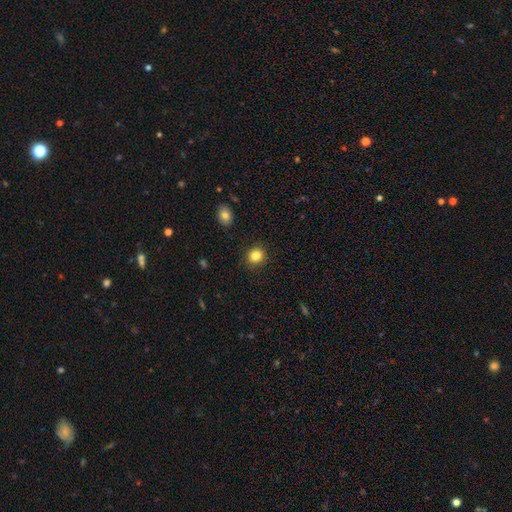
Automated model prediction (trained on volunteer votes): A smooth galaxy with no disk features (84%) that is round (77%). Merging: none (89%).